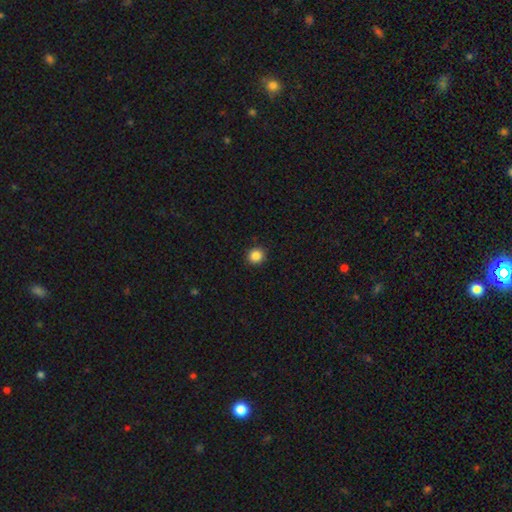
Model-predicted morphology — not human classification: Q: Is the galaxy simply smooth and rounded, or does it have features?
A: smooth — 87%.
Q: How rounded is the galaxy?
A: round — 92%.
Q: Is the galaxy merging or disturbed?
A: none — 92%.